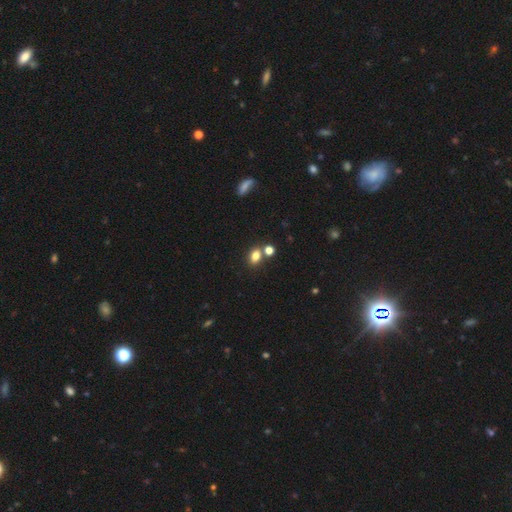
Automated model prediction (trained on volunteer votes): Overall: smooth (80%). How rounded: in between (64%; round 35%). Merging: none (63%).